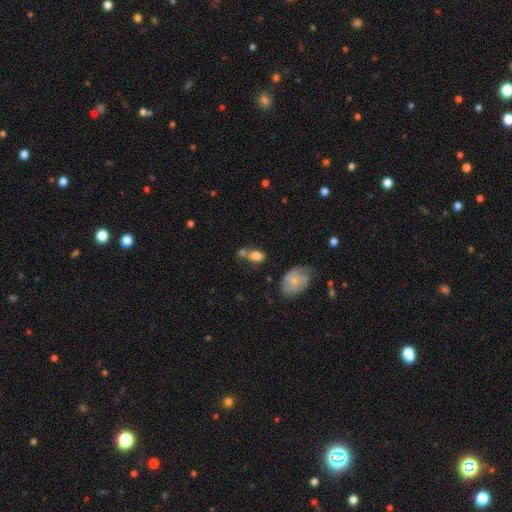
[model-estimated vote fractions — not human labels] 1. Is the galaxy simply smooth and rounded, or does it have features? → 78% smooth, 13% featured or disk, 9% star or artifact.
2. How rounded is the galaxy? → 82% in between, 14% round, 4% cigar-shaped.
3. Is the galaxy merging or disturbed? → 43% none, 31% merger, 18% minor disturbance, 8% major disturbance.